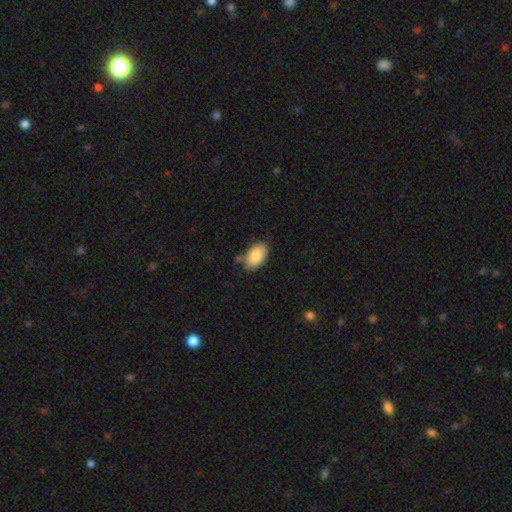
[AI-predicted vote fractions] This is clearly a smooth galaxy (85%). How rounded: clearly in between (93%). Merging: likely none (78%).